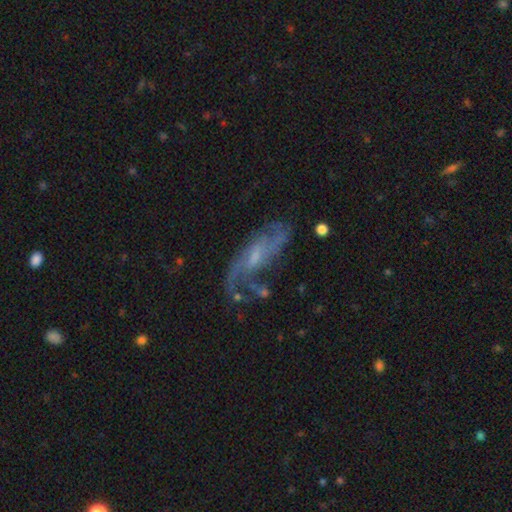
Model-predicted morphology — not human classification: A featured or disk galaxy (73%) with no bar (58%), 2 (54%) loose (43%) spiral arms (87%) and a small central bulge (59%). Merging: none (60%).